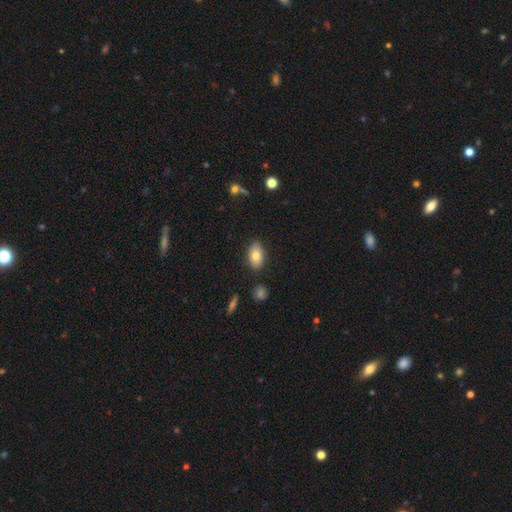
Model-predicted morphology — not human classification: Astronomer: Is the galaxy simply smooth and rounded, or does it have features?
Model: smooth — 78%.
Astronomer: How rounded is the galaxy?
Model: in between — 91%.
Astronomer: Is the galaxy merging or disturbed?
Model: none — 84%.